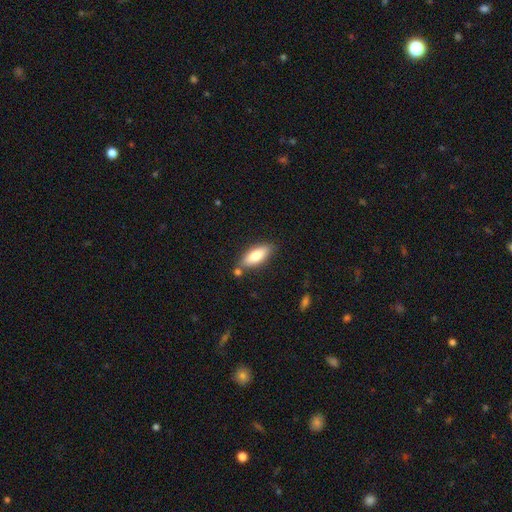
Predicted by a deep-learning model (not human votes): Q: Smooth or featured?
A: smooth (79%); runner-up: featured or disk (15%)
Q: How rounded?
A: in between (69%); runner-up: cigar-shaped (29%)
Q: Merging?
A: none (76%); runner-up: minor disturbance (13%)